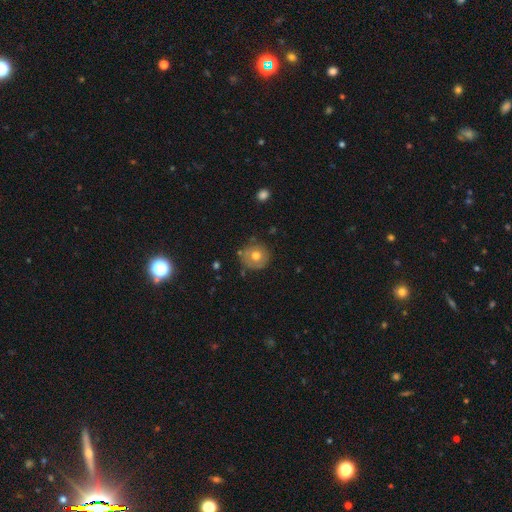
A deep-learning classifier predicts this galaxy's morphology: A smooth galaxy with no disk features (65%) that is round (90%). Merging: none (76%).